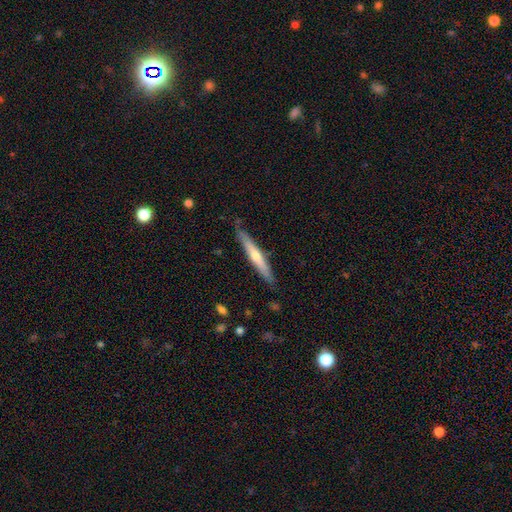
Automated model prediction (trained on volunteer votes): A featured or disk galaxy (58%) viewed edge-on (96%) with a rounded central bulge (73%). Merging: none (86%).